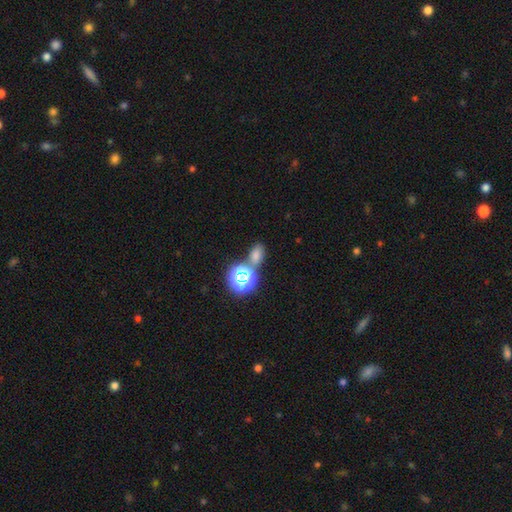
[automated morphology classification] Q: Smooth or featured?
A: smooth (65%); runner-up: star or artifact (28%)
Q: How rounded?
A: in between (72%); runner-up: round (26%)
Q: Merging?
A: none (63%); runner-up: merger (20%)